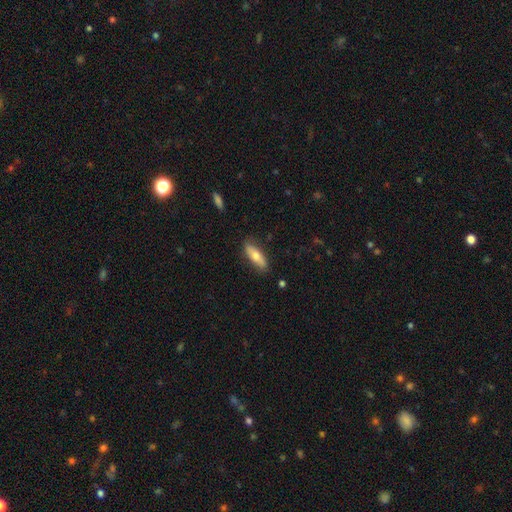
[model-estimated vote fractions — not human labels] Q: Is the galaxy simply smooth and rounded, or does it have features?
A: smooth — 65%.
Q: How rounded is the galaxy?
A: in between — 52%.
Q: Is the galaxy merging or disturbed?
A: none — 84%.